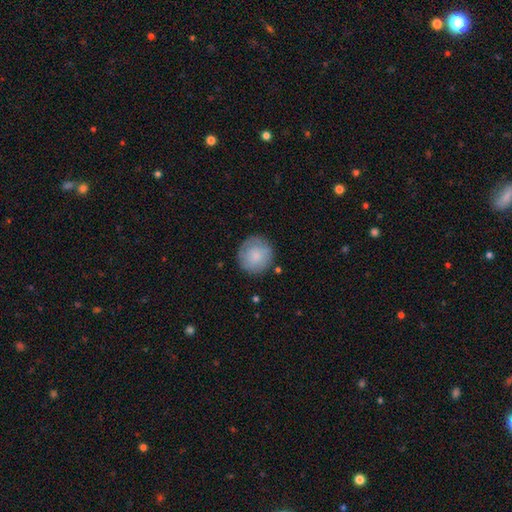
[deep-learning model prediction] The model was most divided on "smooth or featured": smooth: 78%, featured or disk: 15%, star or artifact: 6%. More confident: how rounded — round (94%); merging — none (82%).